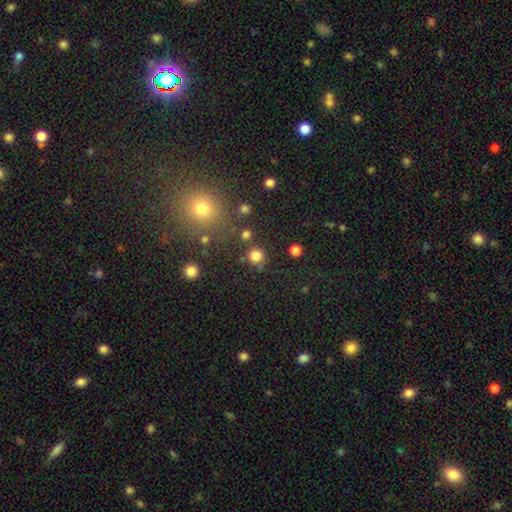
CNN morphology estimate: smooth_or_featured: smooth (p=0.80) [alt: star or artifact p=0.15]
how_rounded: round (p=0.93) [alt: in between p=0.06]
merging: none (p=0.82) [alt: minor disturbance p=0.08]